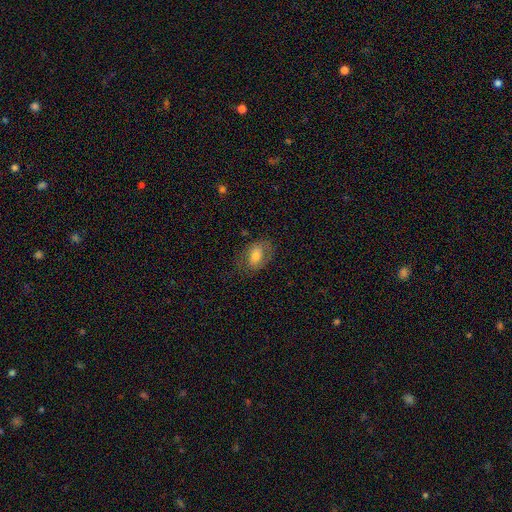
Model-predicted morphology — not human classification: Smooth or featured?
  - smooth: 57% *
  - featured or disk: 35%
  - star or artifact: 8%
How rounded?
  - in between: 81% *
  - round: 18%
  - cigar-shaped: 1%
Merging?
  - none: 64% *
  - minor disturbance: 22%
  - major disturbance: 13%
  - merger: 1%